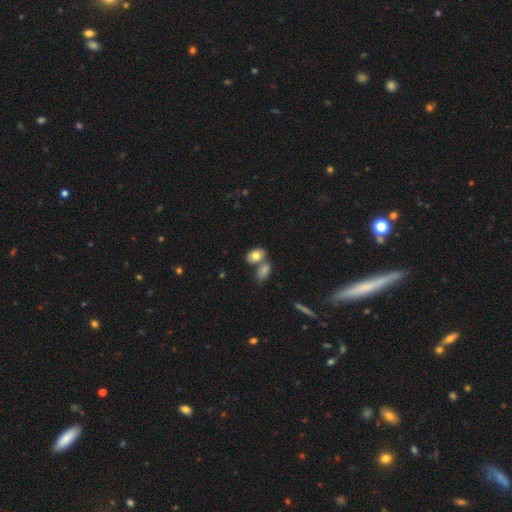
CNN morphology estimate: type=smooth (79%); roundness=in between (85%); merging=none (48%).